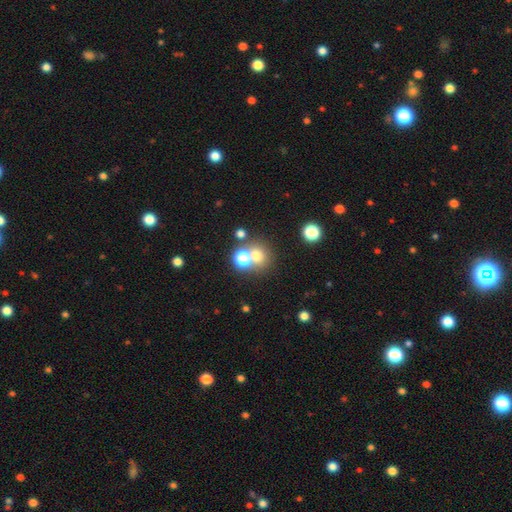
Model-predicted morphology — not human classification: A smooth galaxy with no disk features (66%) that is round (83%). Merging: none (56%).